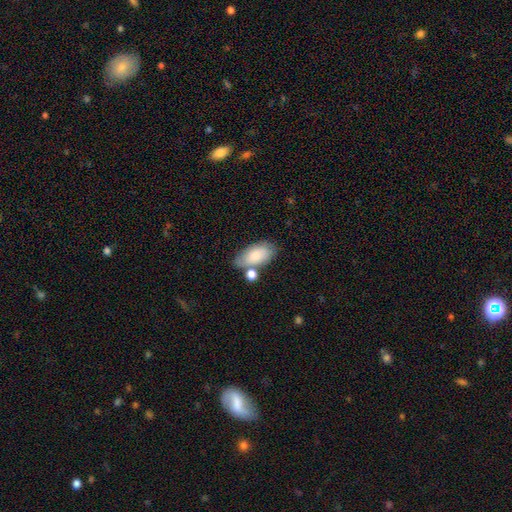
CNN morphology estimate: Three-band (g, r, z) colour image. It shows a smooth galaxy with no disk features (80%) that is in between round and cigar-shaped (92%). Merging: none (58%).